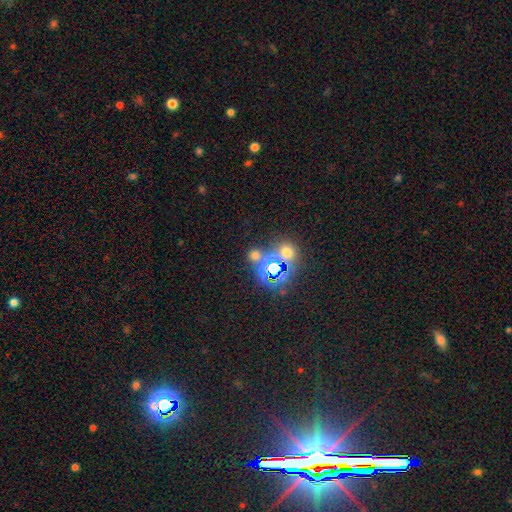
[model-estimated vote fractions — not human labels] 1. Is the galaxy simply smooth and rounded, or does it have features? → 48% smooth, 46% star or artifact, 7% featured or disk.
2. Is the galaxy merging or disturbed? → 73% none, 15% merger, 8% minor disturbance, 4% major disturbance.